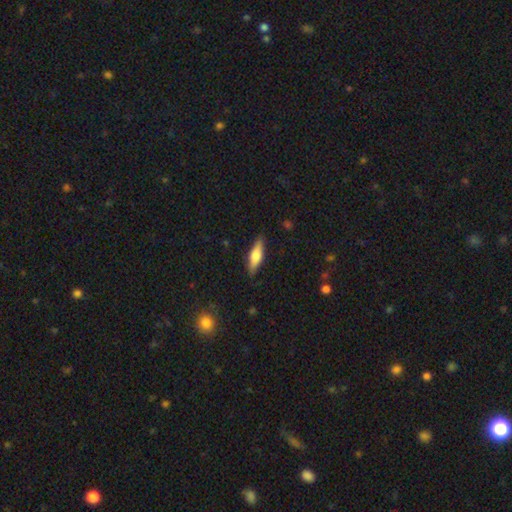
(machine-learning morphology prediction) smooth_or_featured: smooth (p=0.61) [alt: featured or disk p=0.33]
how_rounded: cigar-shaped (p=0.55) [alt: in between p=0.43]
merging: none (p=0.84) [alt: minor disturbance p=0.12]